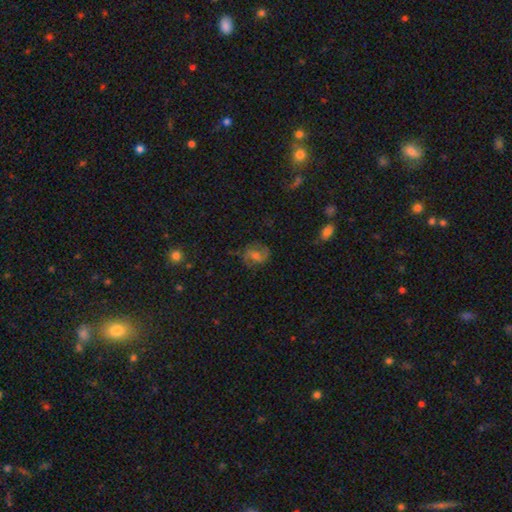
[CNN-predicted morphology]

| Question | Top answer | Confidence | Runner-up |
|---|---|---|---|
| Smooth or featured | featured or disk | 64% | smooth (24%) |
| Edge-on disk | no | 97% | yes (3%) |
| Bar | weak | 47% | no (37%) |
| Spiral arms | yes | 90% | no (10%) |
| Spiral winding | medium | 51% | loose (25%) |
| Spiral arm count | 2 | 81% | can't tell (10%) |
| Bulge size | moderate | 46% | small (40%) |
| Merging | none | 74% | minor disturbance (16%) |